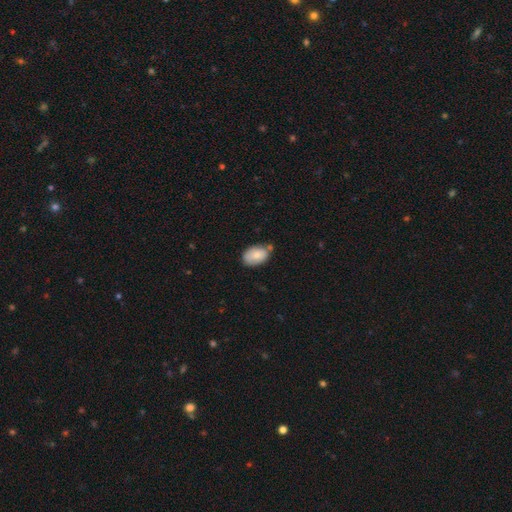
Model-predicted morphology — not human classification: Overall: smooth (79%). How rounded: in between (90%). Merging: none (63%; minor disturbance 24%).